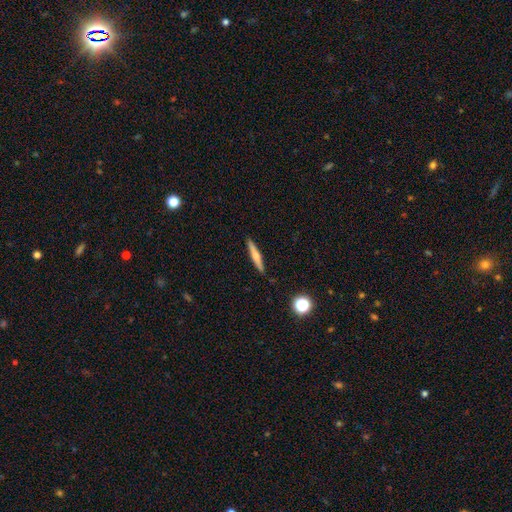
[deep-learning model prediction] Smooth or featured?
  - smooth: 55% *
  - featured or disk: 39%
  - star or artifact: 7%
How rounded?
  - cigar-shaped: 93% *
  - in between: 5%
  - round: 2%
Merging?
  - none: 90% *
  - minor disturbance: 7%
  - major disturbance: 2%
  - merger: 1%